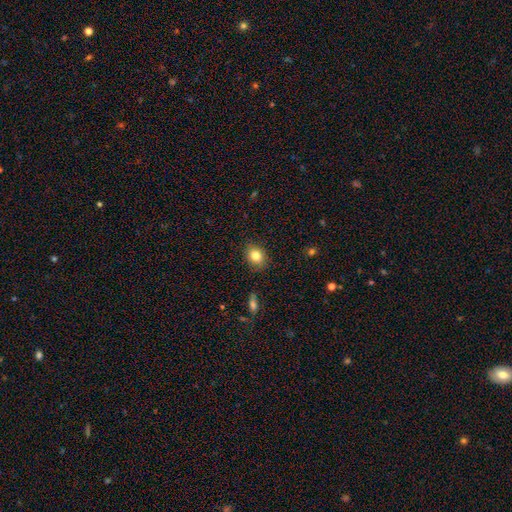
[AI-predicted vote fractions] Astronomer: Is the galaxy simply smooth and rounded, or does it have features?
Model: smooth — 82%.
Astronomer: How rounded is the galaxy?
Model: round — 52% (runner-up: in between, 47%).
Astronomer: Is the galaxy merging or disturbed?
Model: none — 87%.